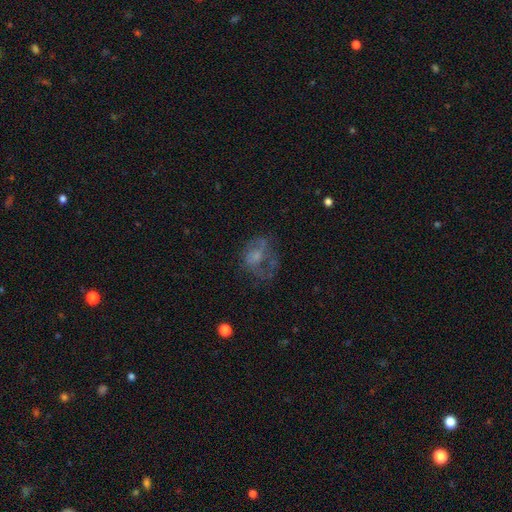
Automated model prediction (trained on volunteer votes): Q: Smooth or featured?
A: featured or disk (50%); runner-up: smooth (36%)
Q: Merging?
A: none (38%); runner-up: major disturbance (37%)